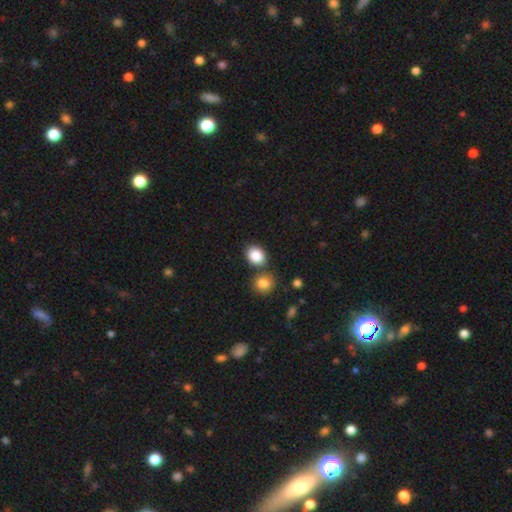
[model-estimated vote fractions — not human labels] A smooth galaxy with no disk features (87%) that is in between round and cigar-shaped (54%).

Vote fractions:
- Smooth or featured? smooth: 87% / star or artifact: 8% / featured or disk: 5%
- How rounded? in between: 54% / round: 45% / cigar-shaped: 1%
- Merging? none: 69% / merger: 17% / minor disturbance: 11% / major disturbance: 3%